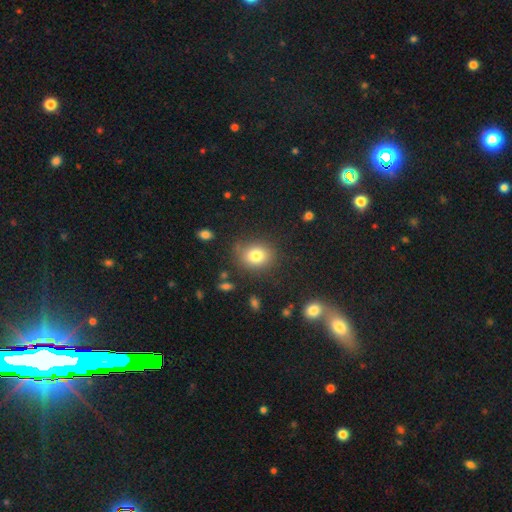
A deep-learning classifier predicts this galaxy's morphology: A smooth galaxy with no disk features (79%) that is round (61%). Merging: none (81%).